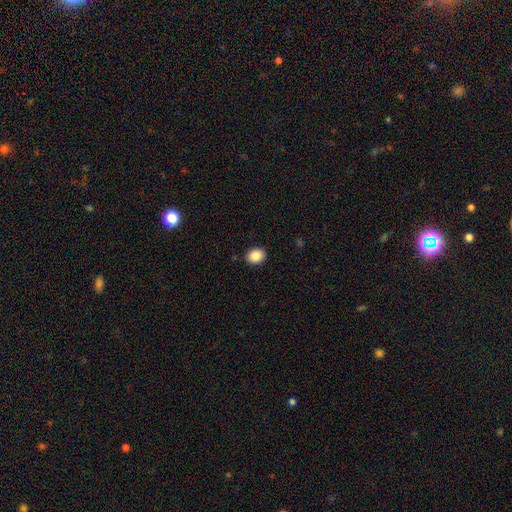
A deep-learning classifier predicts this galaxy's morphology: Overall: smooth (88%). How rounded: round (50%; in between 49%). Merging: none (89%).